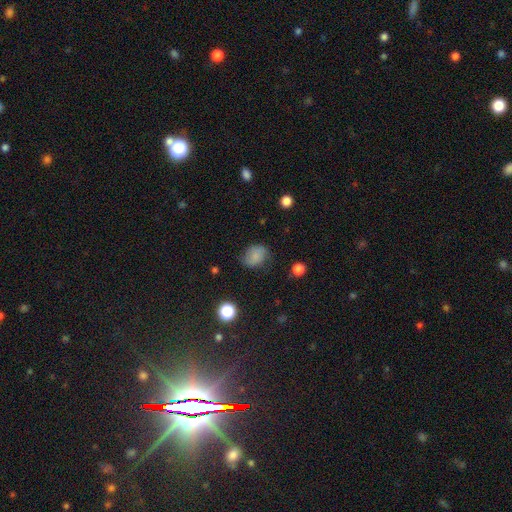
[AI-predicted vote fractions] Smooth or featured?
  - smooth: 80% *
  - star or artifact: 11%
  - featured or disk: 9%
How rounded?
  - in between: 62% *
  - round: 37%
  - cigar-shaped: 1%
Merging?
  - none: 67% *
  - minor disturbance: 24%
  - major disturbance: 7%
  - merger: 1%